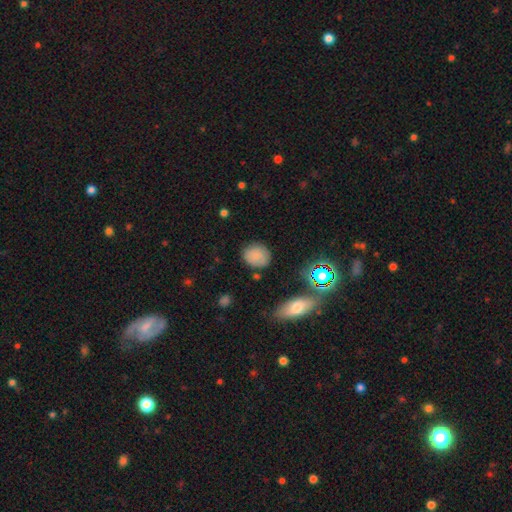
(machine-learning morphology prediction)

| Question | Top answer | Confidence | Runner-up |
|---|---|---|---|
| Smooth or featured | smooth | 82% | star or artifact (11%) |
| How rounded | round | 68% | in between (30%) |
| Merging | none | 80% | minor disturbance (14%) |